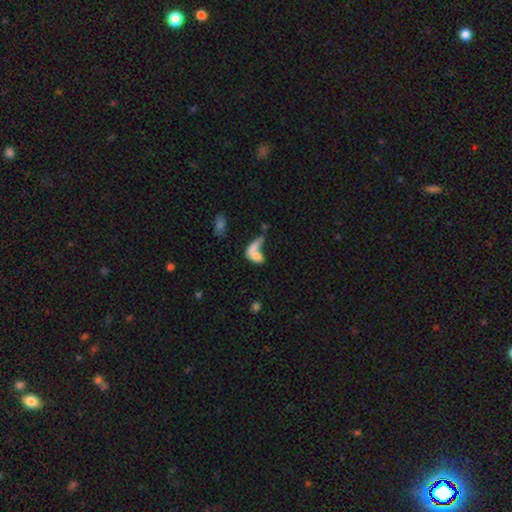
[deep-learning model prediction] Smooth or featured? smooth (67%)
How rounded? in between (73%)
Merging? merger (50%)